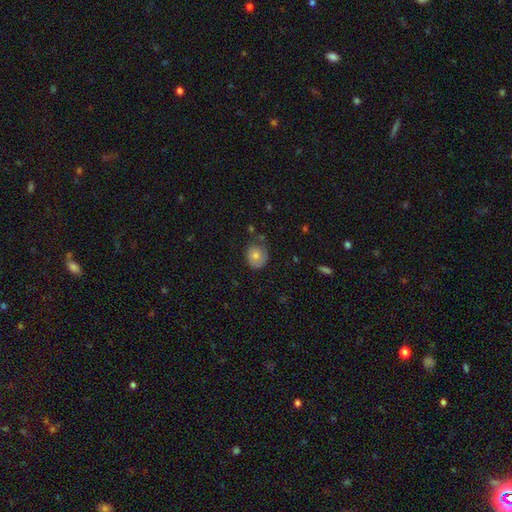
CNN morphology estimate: Smooth or featured?
  - smooth: 73% *
  - featured or disk: 18%
  - star or artifact: 9%
How rounded?
  - round: 73% *
  - in between: 26%
  - cigar-shaped: 1%
Merging?
  - none: 63% *
  - minor disturbance: 26%
  - major disturbance: 7%
  - merger: 3%